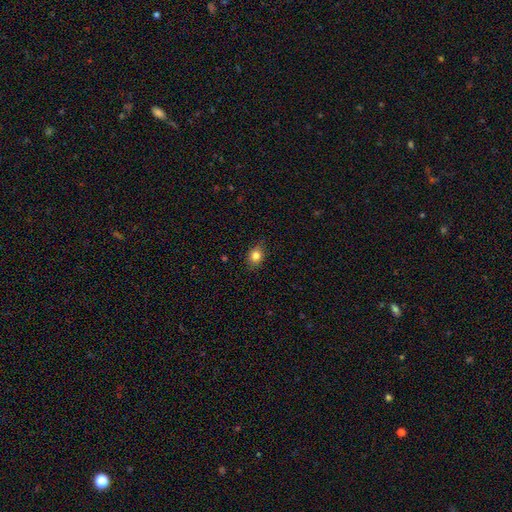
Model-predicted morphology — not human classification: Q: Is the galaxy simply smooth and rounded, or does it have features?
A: smooth — 82%.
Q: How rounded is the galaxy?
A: round — 50%.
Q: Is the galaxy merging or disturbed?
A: none — 84%.